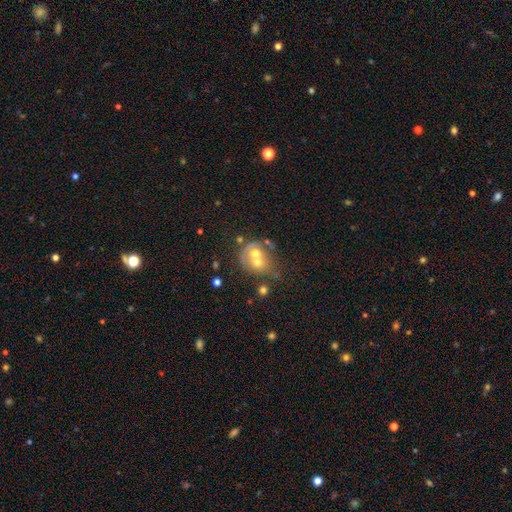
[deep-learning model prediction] Q: Smooth or featured?
A: smooth (51%); runner-up: featured or disk (40%)
Q: How rounded?
A: round (65%); runner-up: in between (34%)
Q: Merging?
A: merger (62%); runner-up: none (20%)